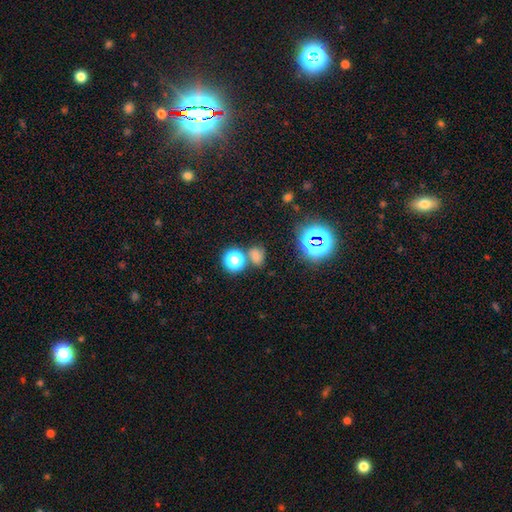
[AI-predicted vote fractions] This appears to be a smooth galaxy with no disk features (62%) that is in between round and cigar-shaped (50%). Merging: none (64%).